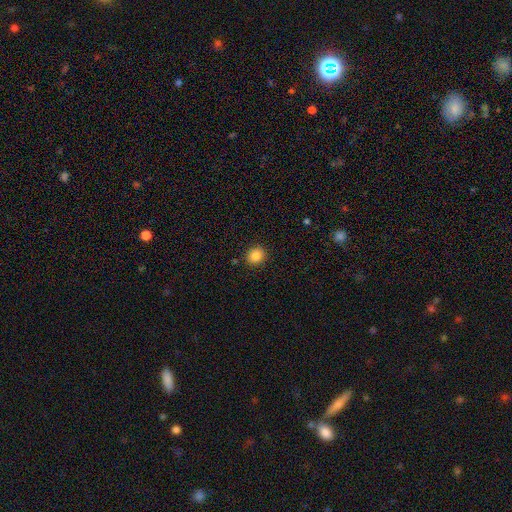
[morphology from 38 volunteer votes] A smooth galaxy with no disk features (92%) that is round (74%).

Vote fractions:
- Smooth or featured? smooth: 92% / star or artifact: 8% / featured or disk: 0%
- How rounded? round: 74% / in between: 26% / cigar-shaped: 0%
- Merging? none: 94% / minor disturbance: 6% / major disturbance: 0% / merger: 0%